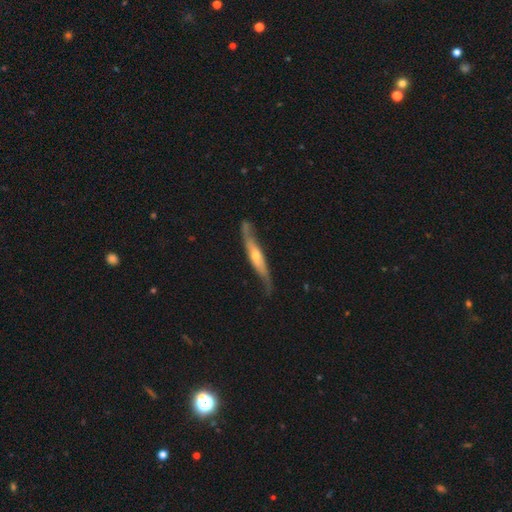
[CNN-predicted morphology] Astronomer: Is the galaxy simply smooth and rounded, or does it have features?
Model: featured or disk — 76%.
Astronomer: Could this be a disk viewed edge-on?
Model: yes — 77%.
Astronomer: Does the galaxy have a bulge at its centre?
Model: rounded — 73%.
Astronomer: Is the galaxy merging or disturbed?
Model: none — 70%.